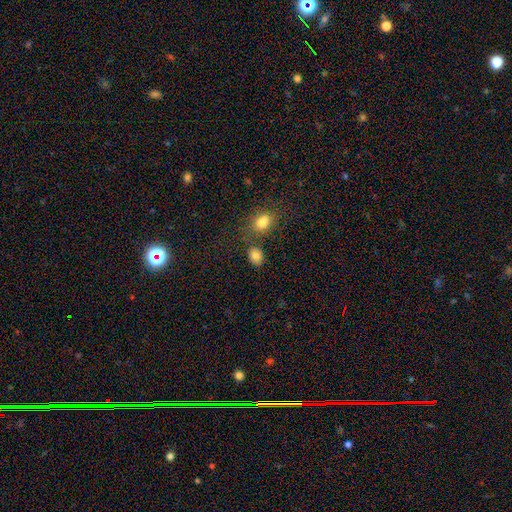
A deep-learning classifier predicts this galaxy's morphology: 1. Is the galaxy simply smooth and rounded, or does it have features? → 82% smooth, 11% star or artifact, 7% featured or disk.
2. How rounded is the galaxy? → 54% in between, 44% round, 1% cigar-shaped.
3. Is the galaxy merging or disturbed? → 71% none, 13% minor disturbance, 13% merger, 4% major disturbance.